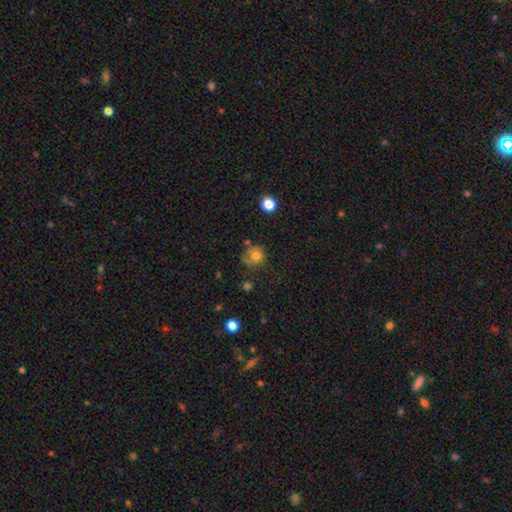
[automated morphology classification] Smooth or featured? Predicted: smooth (p=0.74). How rounded? Predicted: round (p=0.82). Merging? Predicted: none (p=0.55).